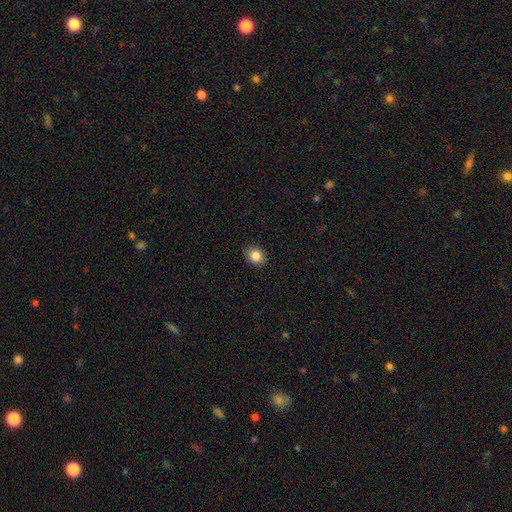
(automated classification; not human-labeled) Q: Smooth or featured?
A: smooth (86%); runner-up: star or artifact (9%)
Q: How rounded?
A: round (54%); runner-up: in between (46%)
Q: Merging?
A: none (89%); runner-up: minor disturbance (8%)